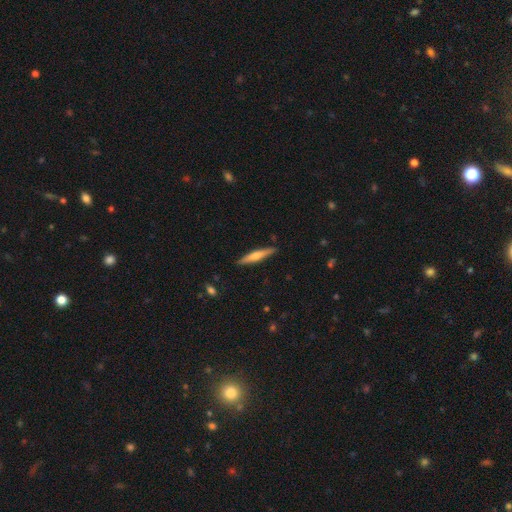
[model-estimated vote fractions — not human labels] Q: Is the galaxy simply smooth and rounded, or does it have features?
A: featured or disk — 50%.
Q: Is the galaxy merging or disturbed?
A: none — 89%.